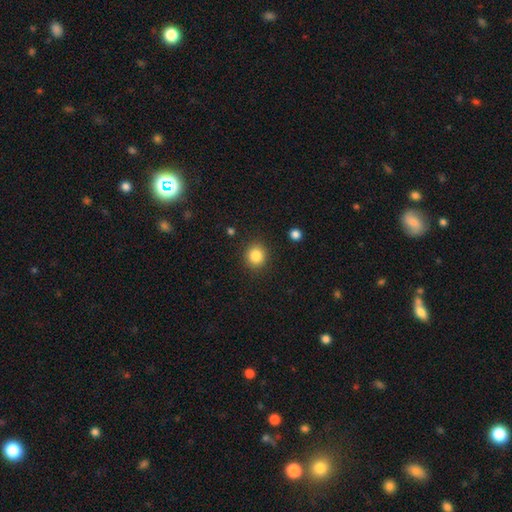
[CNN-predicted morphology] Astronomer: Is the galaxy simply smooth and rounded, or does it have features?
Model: smooth — 85%.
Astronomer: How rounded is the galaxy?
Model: round — 87%.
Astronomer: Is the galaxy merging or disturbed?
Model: none — 89%.